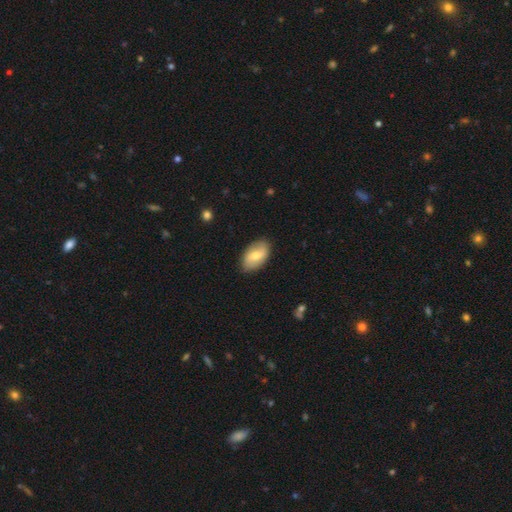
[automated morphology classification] A smooth galaxy with no disk features (60%) that is in between round and cigar-shaped (92%). Merging: none (85%).